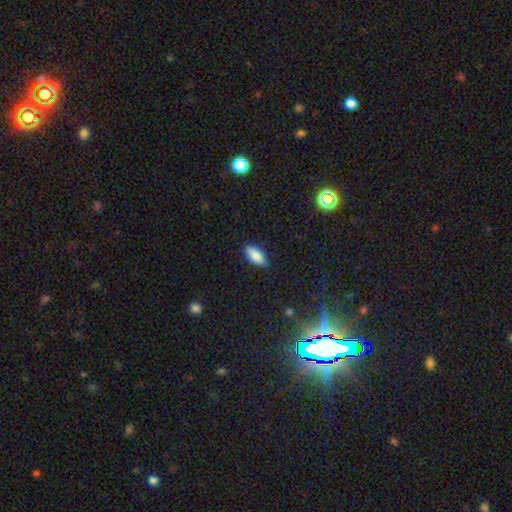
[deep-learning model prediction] Morphology: type=smooth (82%); roundness=in between (83%); merging=none (79%).